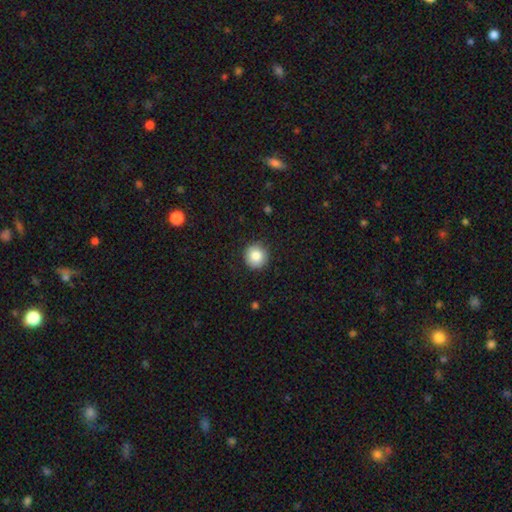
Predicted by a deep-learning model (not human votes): Morphology: type=smooth (84%); roundness=round (94%); merging=none (90%).